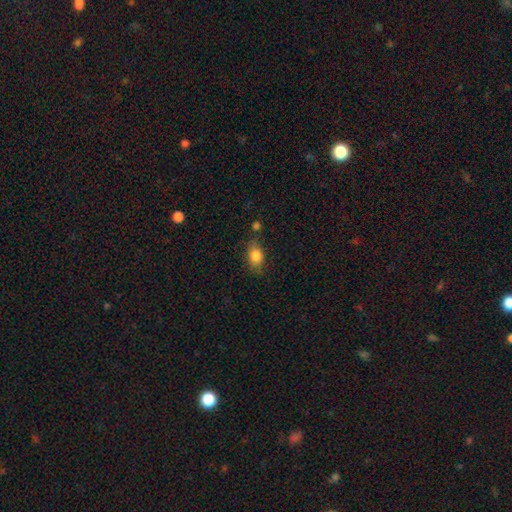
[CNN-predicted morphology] A smooth galaxy with no disk features (83%) that is in between round and cigar-shaped (75%). Merging: none (65%).